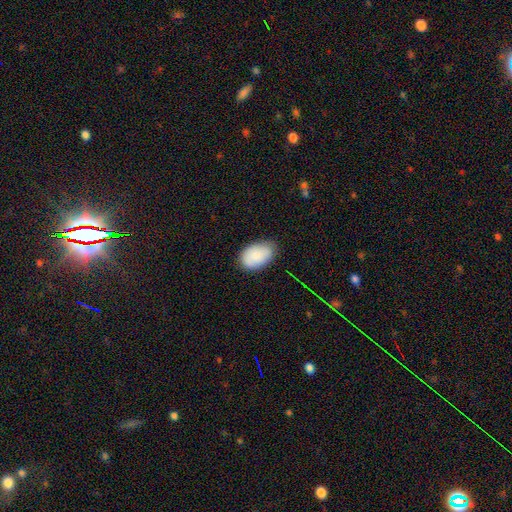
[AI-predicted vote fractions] A smooth galaxy with no disk features (85%) that is in between round and cigar-shaped (90%). Merging: none (72%).